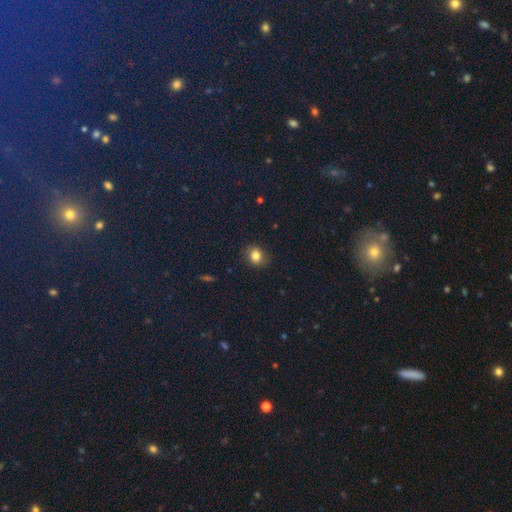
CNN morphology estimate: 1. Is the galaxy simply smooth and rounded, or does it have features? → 82% smooth, 12% star or artifact, 6% featured or disk.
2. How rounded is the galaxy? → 57% round, 42% in between, 1% cigar-shaped.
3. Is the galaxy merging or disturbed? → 85% none, 11% minor disturbance, 3% major disturbance, 1% merger.